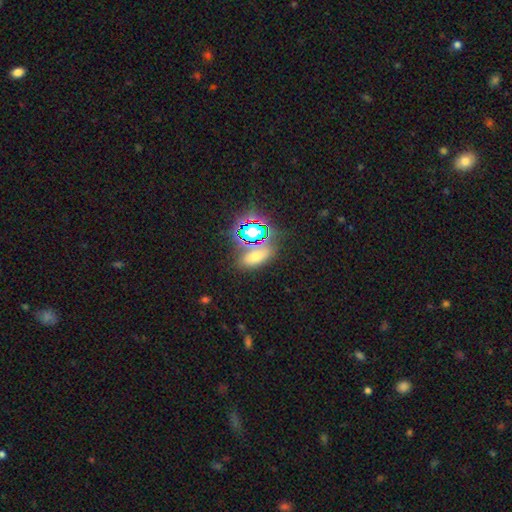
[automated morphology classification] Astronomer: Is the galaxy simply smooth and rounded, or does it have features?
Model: smooth — 50% (runner-up: star or artifact, 39%).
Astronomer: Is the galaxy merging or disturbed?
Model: none — 69%.